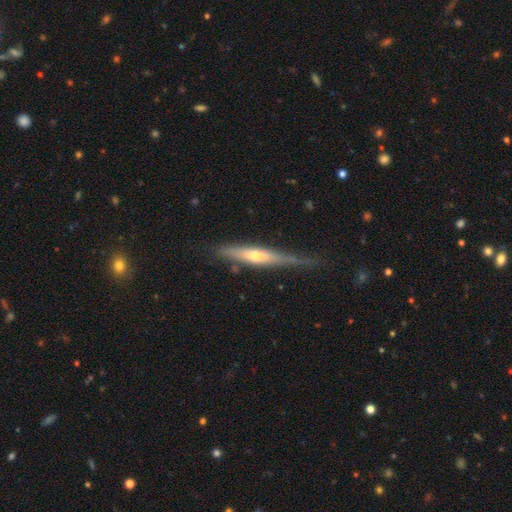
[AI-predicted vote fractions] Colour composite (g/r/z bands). It shows a featured or disk galaxy (62%) viewed edge-on (92%) with a rounded central bulge (81%). Merging: none (64%).